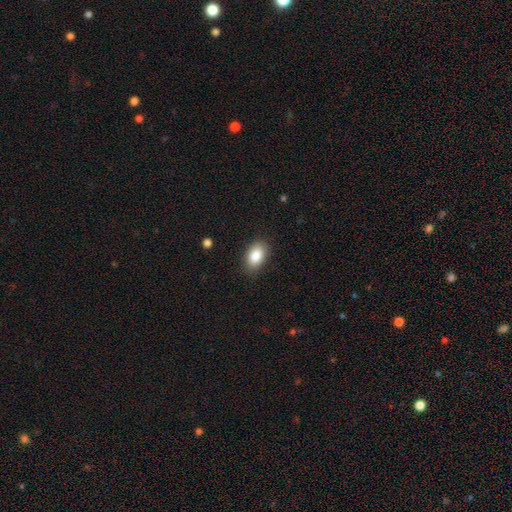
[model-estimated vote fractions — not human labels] This is clearly a smooth galaxy (86%). How rounded: clearly in between (91%). Merging: clearly none (86%).